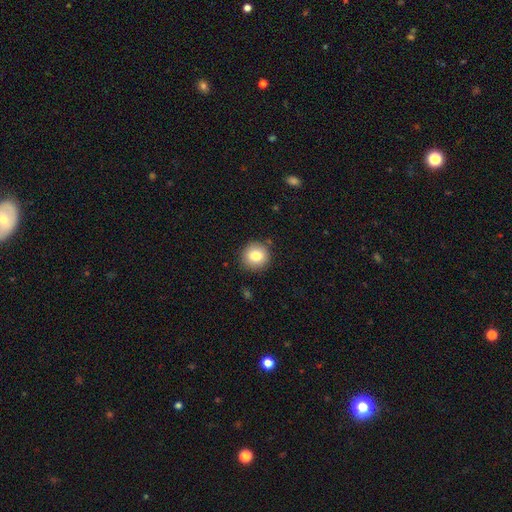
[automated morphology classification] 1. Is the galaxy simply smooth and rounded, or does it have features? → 81% smooth, 9% star or artifact, 9% featured or disk.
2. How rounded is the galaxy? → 92% round, 7% in between, 1% cigar-shaped.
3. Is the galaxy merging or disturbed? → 89% none, 8% minor disturbance, 2% major disturbance, 2% merger.